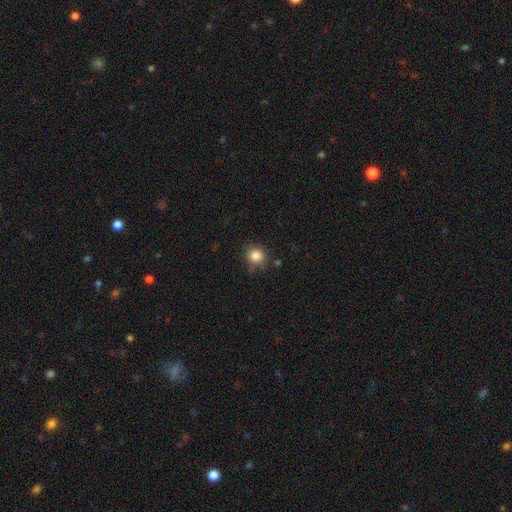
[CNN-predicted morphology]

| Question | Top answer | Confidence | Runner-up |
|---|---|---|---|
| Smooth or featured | smooth | 84% | star or artifact (11%) |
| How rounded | round | 88% | in between (11%) |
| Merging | none | 78% | minor disturbance (15%) |